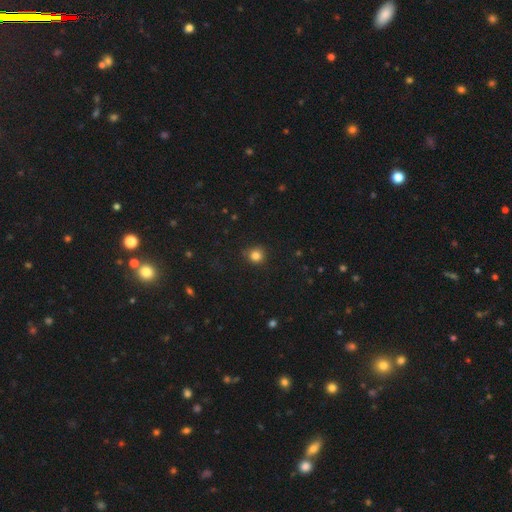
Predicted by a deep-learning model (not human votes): Smooth or featured? smooth (83%)
How rounded? round (91%)
Merging? none (84%)